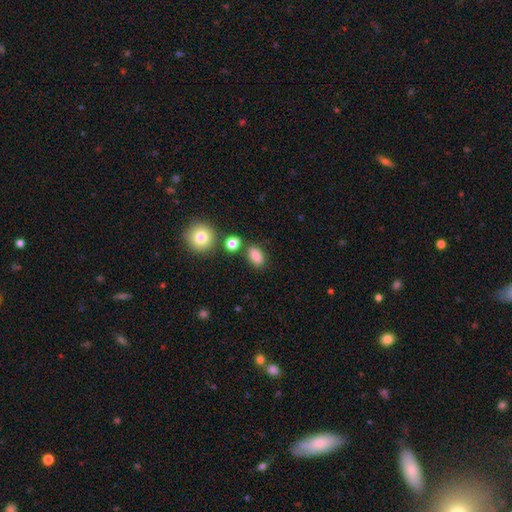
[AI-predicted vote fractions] Smooth or featured?
  - smooth: 86% *
  - star or artifact: 10%
  - featured or disk: 5%
How rounded?
  - in between: 83% *
  - round: 14%
  - cigar-shaped: 4%
Merging?
  - none: 77% *
  - minor disturbance: 12%
  - merger: 7%
  - major disturbance: 4%